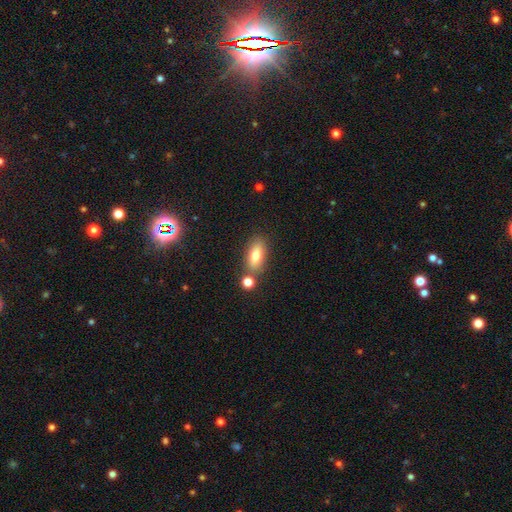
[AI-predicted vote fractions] A smooth galaxy with no disk features (75%) that is in between round and cigar-shaped (81%).

Vote fractions:
- Smooth or featured? smooth: 75% / featured or disk: 17% / star or artifact: 9%
- How rounded? in between: 81% / cigar-shaped: 13% / round: 6%
- Merging? none: 69% / merger: 16% / minor disturbance: 12% / major disturbance: 3%